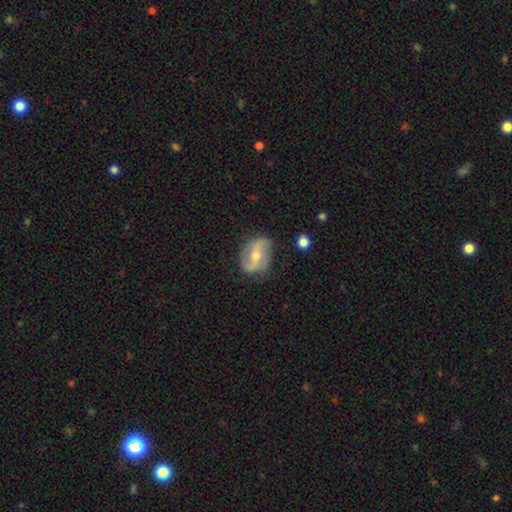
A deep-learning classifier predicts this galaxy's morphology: Smooth or featured? featured or disk (81%)
Edge-on disk? no (96%)
Bar? strong (44%)
Spiral arms? yes (91%)
Spiral winding? loose (56%)
Spiral arm count? 2 (90%)
Bulge size? moderate (55%)
Merging? none (77%)